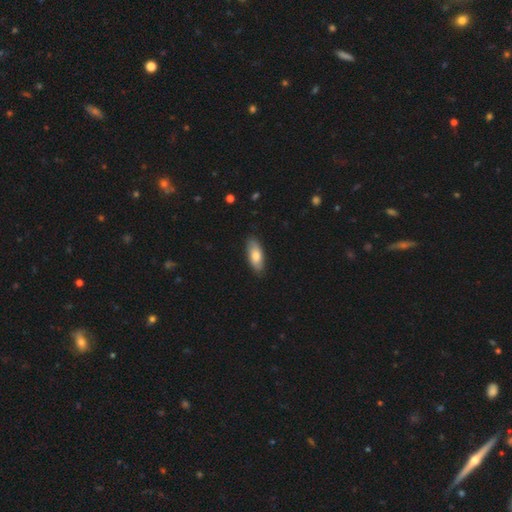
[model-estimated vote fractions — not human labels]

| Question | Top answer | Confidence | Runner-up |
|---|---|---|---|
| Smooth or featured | smooth | 74% | featured or disk (20%) |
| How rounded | in between | 81% | cigar-shaped (17%) |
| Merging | none | 84% | minor disturbance (12%) |